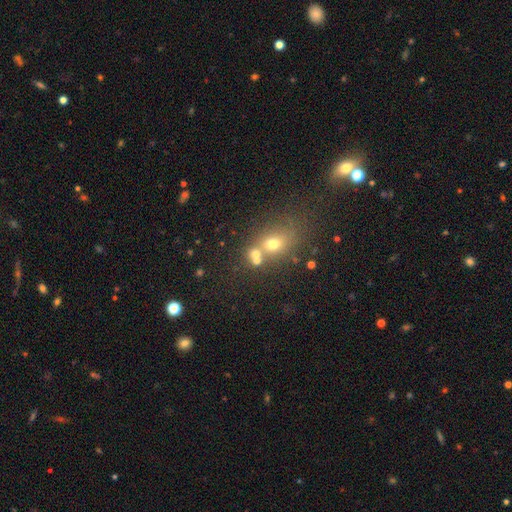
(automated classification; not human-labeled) Morphology: type=smooth (63%); roundness=round (61%); merging=merger (45%).